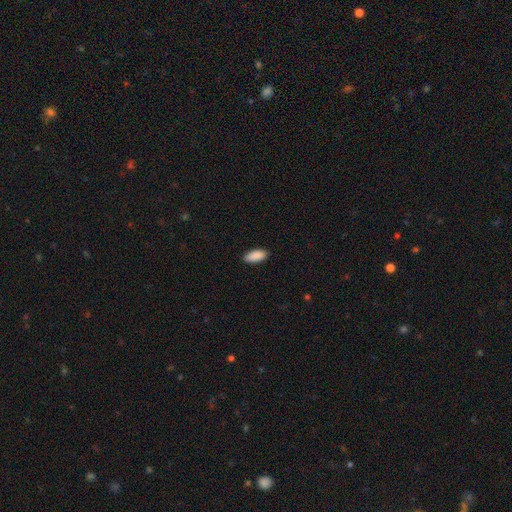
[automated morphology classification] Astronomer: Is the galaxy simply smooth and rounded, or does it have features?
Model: smooth — 91%.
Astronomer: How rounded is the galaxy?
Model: in between — 87%.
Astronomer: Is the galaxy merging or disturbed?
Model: none — 89%.